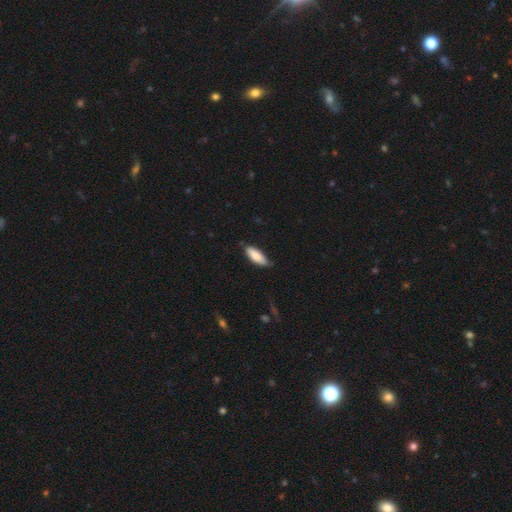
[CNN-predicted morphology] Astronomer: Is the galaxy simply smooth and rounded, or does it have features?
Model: smooth — 84%.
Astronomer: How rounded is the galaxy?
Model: in between — 71%.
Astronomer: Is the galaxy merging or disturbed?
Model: none — 73%.